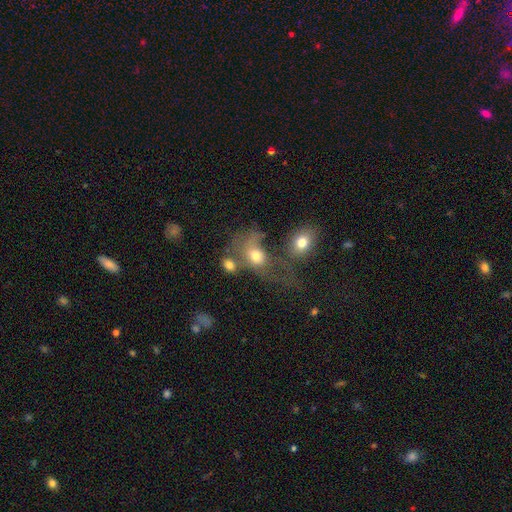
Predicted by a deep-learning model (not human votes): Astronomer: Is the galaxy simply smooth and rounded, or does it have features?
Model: smooth — 62%.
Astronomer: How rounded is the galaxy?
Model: in between — 66%.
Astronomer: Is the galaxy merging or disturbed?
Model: merger — 40% (runner-up: major disturbance, 31%).